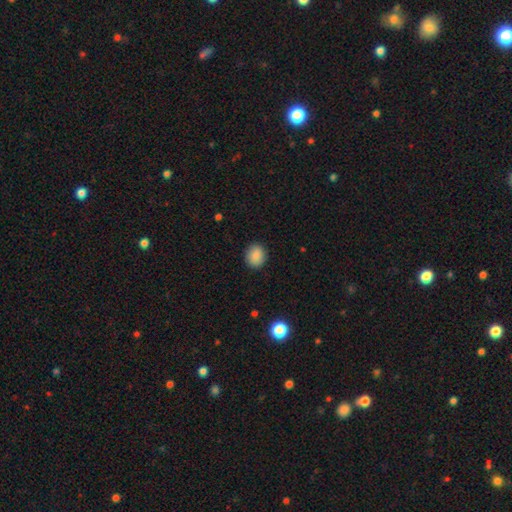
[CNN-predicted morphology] Smooth or featured? Predicted: smooth (p=0.88). How rounded? Predicted: round (p=0.62). Merging? Predicted: none (p=0.89).